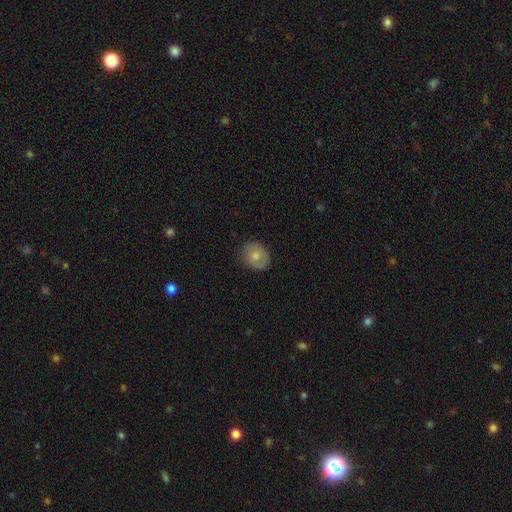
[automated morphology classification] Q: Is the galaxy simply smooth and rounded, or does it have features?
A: smooth — 75%.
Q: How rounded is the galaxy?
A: round — 71%.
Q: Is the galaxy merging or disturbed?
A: none — 78%.